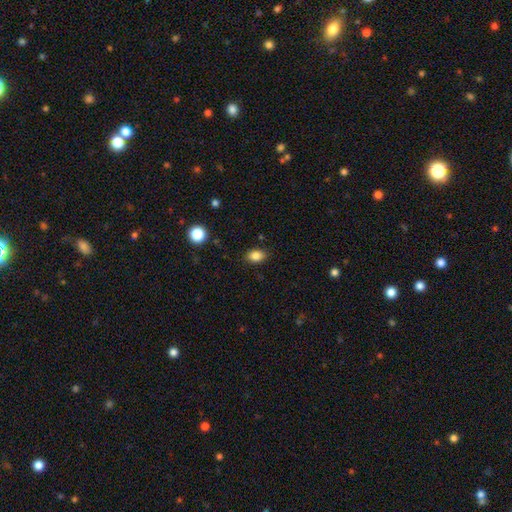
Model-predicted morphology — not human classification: This is clearly a smooth galaxy (85%). How rounded: likely in between (76%). Merging: clearly none (86%).